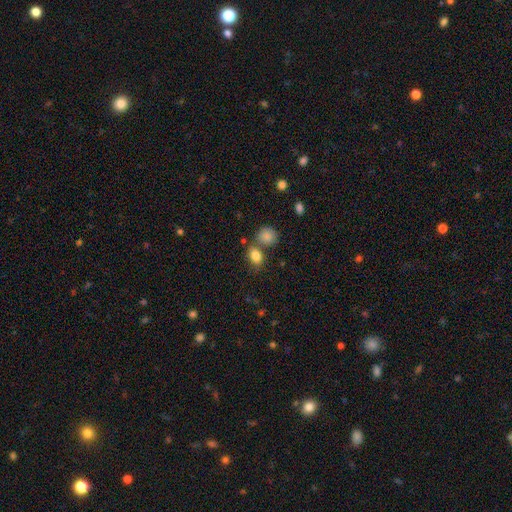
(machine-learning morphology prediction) smooth 84%, star or artifact 9%, featured or disk 7%. Down the decision tree: how rounded — in between (72%); merging — none (56%).